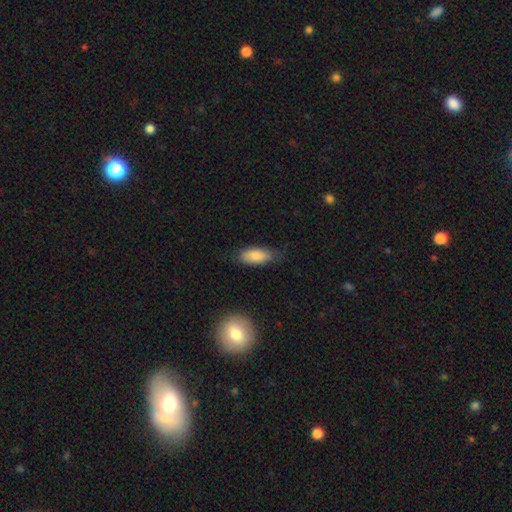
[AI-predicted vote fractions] This appears to be a smooth galaxy with no disk features (82%) that is in between round and cigar-shaped (86%). Merging: none (73%).